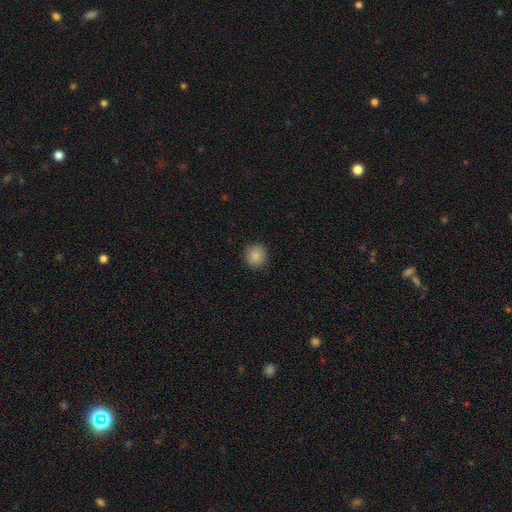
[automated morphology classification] Smooth or featured? Predicted: smooth (p=0.86). How rounded? Predicted: round (p=0.91). Merging? Predicted: none (p=0.91).